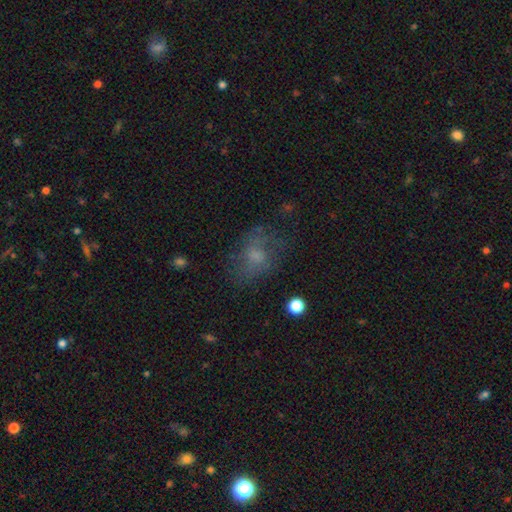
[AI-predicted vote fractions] Smooth or featured: smooth — 47% (featured or disk — 32%)
Merging: none — 61% (minor disturbance — 21%)